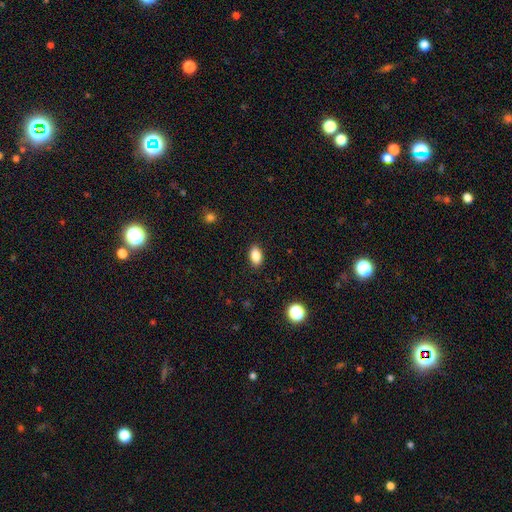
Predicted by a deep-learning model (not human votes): The model was most divided on "smooth or featured": smooth: 85%, star or artifact: 9%, featured or disk: 6%. More confident: how rounded — in between (89%); merging — none (89%).